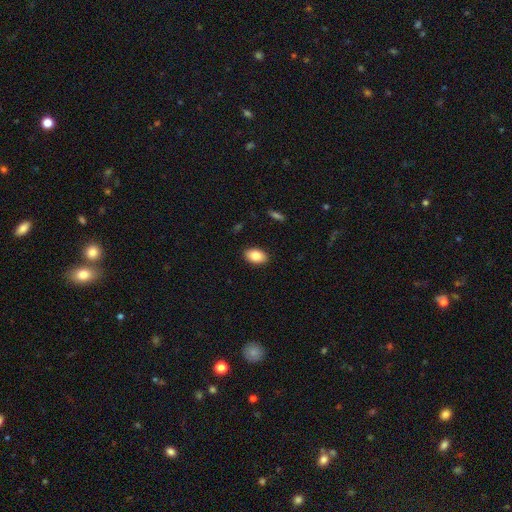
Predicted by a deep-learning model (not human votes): Q: Smooth or featured?
A: smooth (85%); runner-up: featured or disk (8%)
Q: How rounded?
A: in between (90%); runner-up: round (9%)
Q: Merging?
A: none (89%); runner-up: minor disturbance (8%)